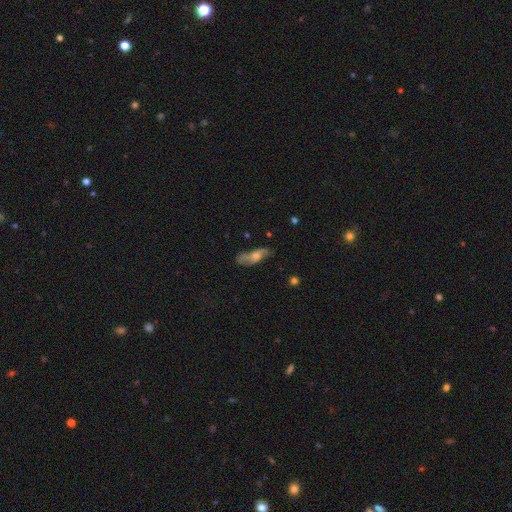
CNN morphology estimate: This appears to be a featured or disk galaxy (48%). Merging: none (61%).